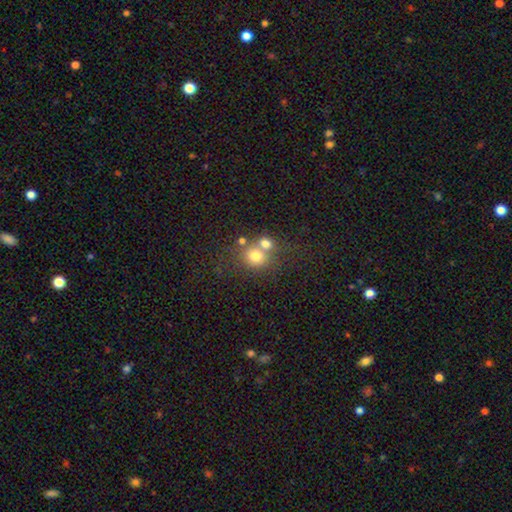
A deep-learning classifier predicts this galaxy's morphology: Smooth or featured?
  - smooth: 73% *
  - star or artifact: 14%
  - featured or disk: 14%
How rounded?
  - round: 78% *
  - in between: 21%
  - cigar-shaped: 1%
Merging?
  - merger: 48% *
  - none: 40%
  - minor disturbance: 8%
  - major disturbance: 4%